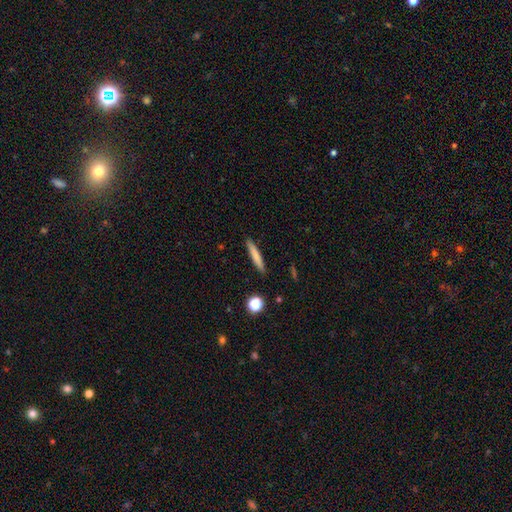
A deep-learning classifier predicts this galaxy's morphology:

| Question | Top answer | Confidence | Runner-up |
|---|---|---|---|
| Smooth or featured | smooth | 75% | featured or disk (18%) |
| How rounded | cigar-shaped | 93% | in between (5%) |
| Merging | none | 90% | minor disturbance (7%) |